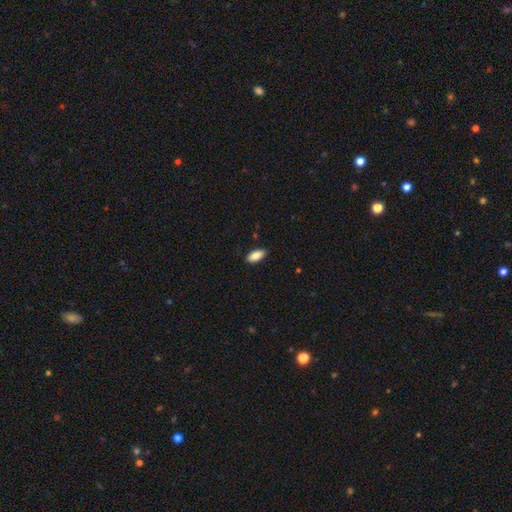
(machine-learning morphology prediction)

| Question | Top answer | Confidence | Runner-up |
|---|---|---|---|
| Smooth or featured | smooth | 87% | featured or disk (7%) |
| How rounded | in between | 89% | cigar-shaped (8%) |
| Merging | none | 88% | minor disturbance (9%) |